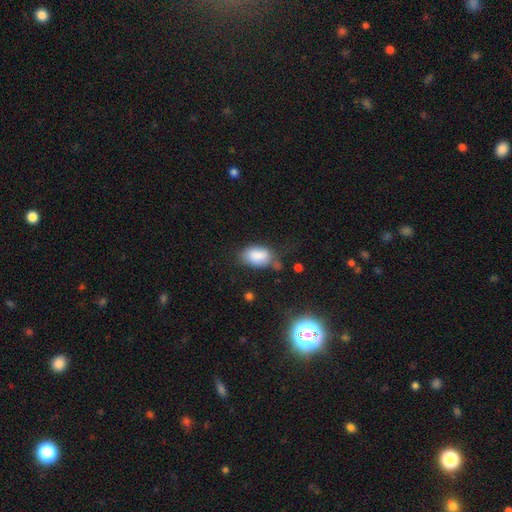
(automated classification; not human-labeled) This appears to be a smooth galaxy with no disk features (85%) that is in between round and cigar-shaped (89%). Merging: none (53%).